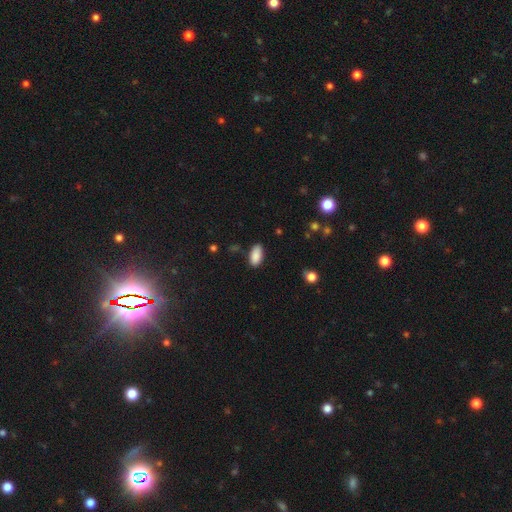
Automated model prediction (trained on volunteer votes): A smooth galaxy with no disk features (88%) that is in between round and cigar-shaped (93%).

Vote fractions:
- Smooth or featured? smooth: 88% / star or artifact: 7% / featured or disk: 4%
- How rounded? in between: 93% / cigar-shaped: 4% / round: 3%
- Merging? none: 82% / minor disturbance: 13% / major disturbance: 3% / merger: 2%